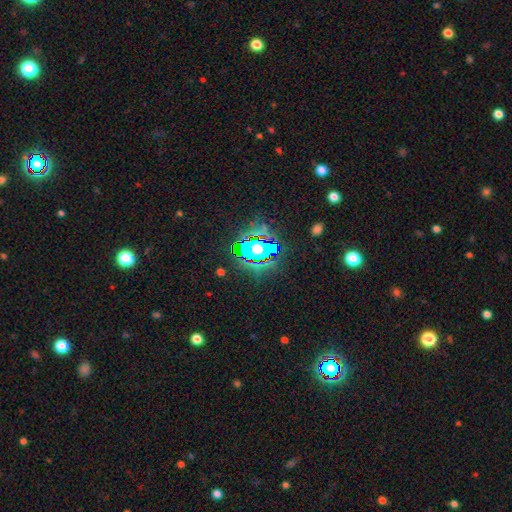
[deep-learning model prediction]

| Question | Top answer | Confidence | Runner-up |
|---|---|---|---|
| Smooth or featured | star or artifact | 66% | smooth (21%) |